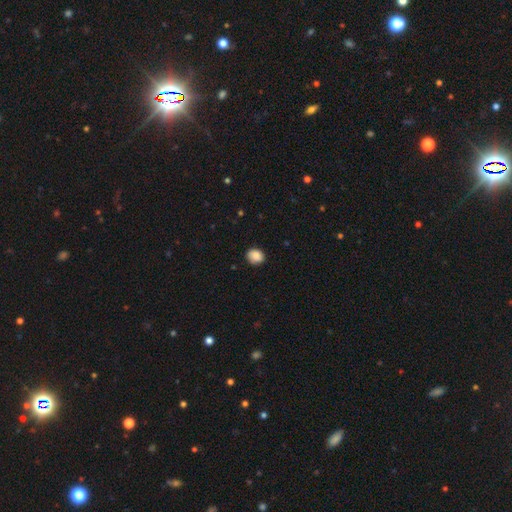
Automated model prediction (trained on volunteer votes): A smooth galaxy with no disk features (86%) that is round (60%).

Vote fractions:
- Smooth or featured? smooth: 86% / star or artifact: 8% / featured or disk: 5%
- How rounded? round: 60% / in between: 39% / cigar-shaped: 1%
- Merging? none: 82% / minor disturbance: 14% / major disturbance: 3% / merger: 1%